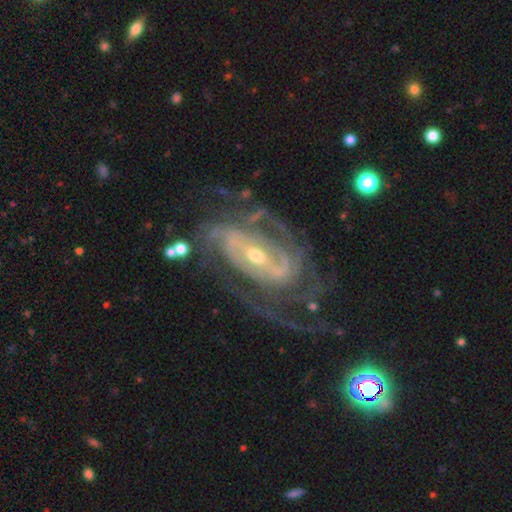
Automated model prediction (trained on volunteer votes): smooth-or-featured: featured or disk: 91% | star or artifact: 6% | smooth: 4%
  disk-edge-on: no: 96% | yes: 4%
    bar: strong: 40% | weak: 34% | no: 27%
    has-spiral-arms: yes: 97% | no: 3%
      spiral-winding: tight: 50% | medium: 40% | loose: 10%
      spiral-arm-count: 2: 45% | 3: 18% | can't tell: 17% | 4: 9% | more than 4: 5% | 1: 5%
    bulge-size: small: 59% | moderate: 37% | large: 2% | none: 1% | dominant: 1%
  merging: none: 62% | minor disturbance: 19% | major disturbance: 17% | merger: 3%